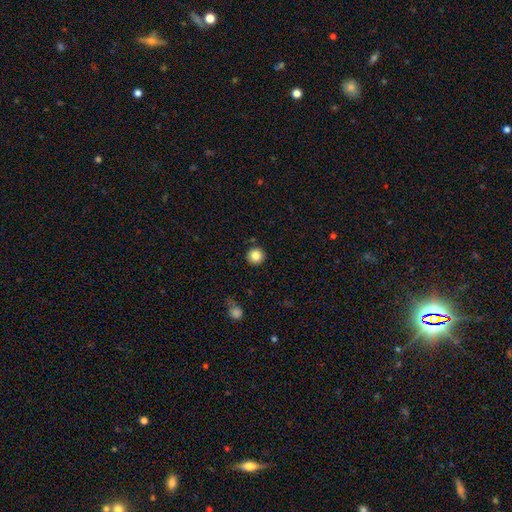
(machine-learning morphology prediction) Smooth or featured: smooth — 84% (star or artifact — 10%)
How rounded: round — 95% (in between — 4%)
Merging: none — 90% (minor disturbance — 6%)